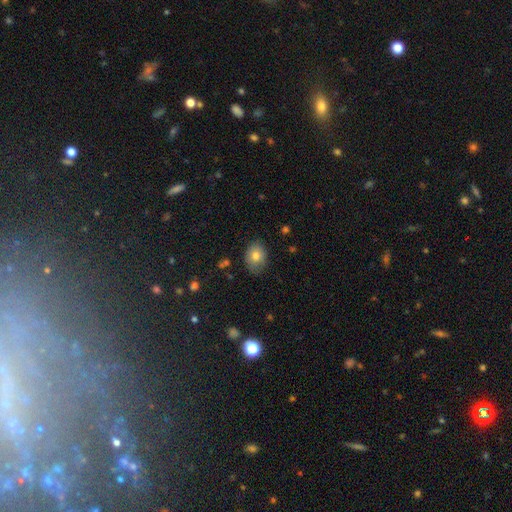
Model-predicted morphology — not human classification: Smooth or featured? Predicted: smooth (p=0.78). How rounded? Predicted: in between (p=0.64). Merging? Predicted: none (p=0.78).